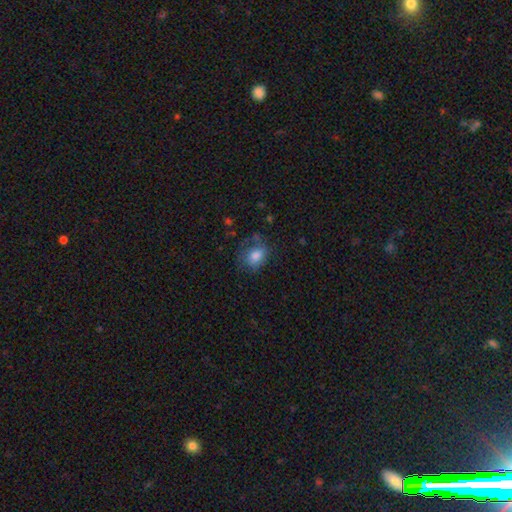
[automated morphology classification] The model was most divided on "merging": none: 57%, minor disturbance: 26%, major disturbance: 14%, merger: 3%. More confident: smooth or featured — smooth (78%); how rounded — in between (65%).